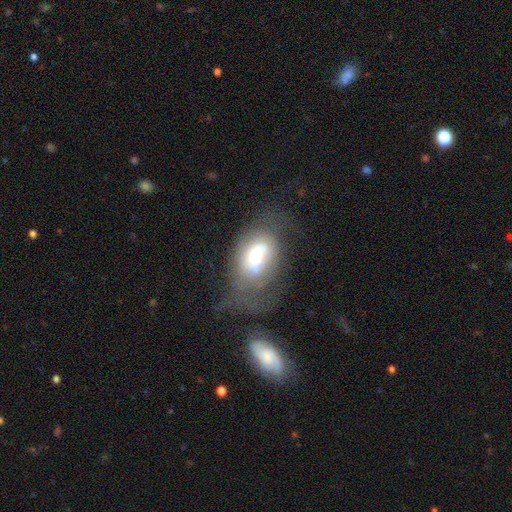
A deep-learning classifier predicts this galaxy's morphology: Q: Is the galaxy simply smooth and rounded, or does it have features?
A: smooth — 51%.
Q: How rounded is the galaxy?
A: in between — 81%.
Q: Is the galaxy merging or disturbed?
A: major disturbance — 36%.